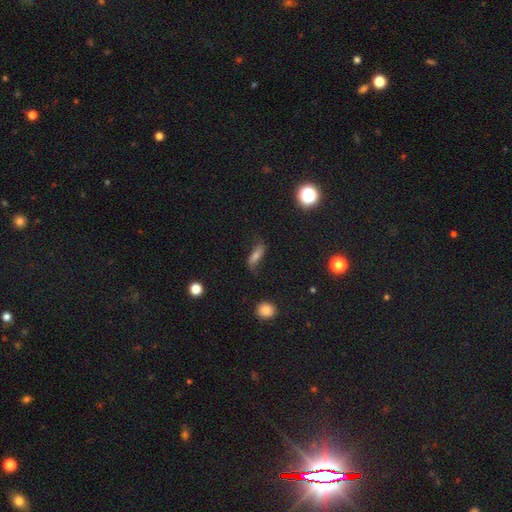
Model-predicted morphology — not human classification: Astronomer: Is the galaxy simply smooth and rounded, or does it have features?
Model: featured or disk — 44% (runner-up: smooth, 41%).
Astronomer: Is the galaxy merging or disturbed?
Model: none — 65%.